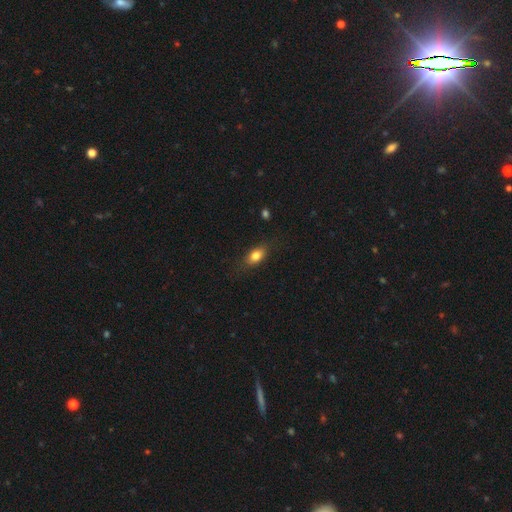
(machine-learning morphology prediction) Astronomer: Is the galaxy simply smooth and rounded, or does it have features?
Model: smooth — 80%.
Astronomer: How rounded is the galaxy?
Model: in between — 80%.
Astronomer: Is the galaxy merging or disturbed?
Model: none — 79%.